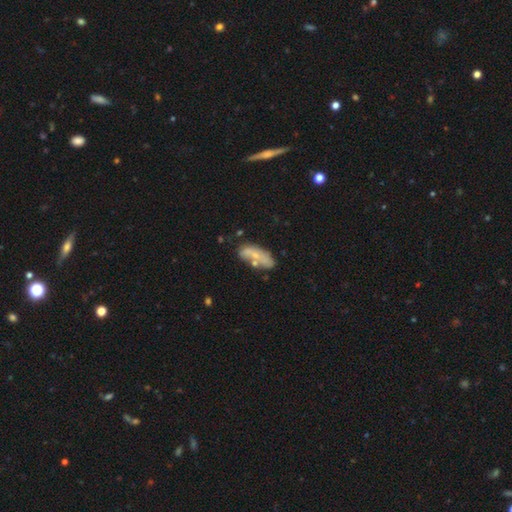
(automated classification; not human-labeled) Morphology: type=smooth (57%); roundness=in between (70%); merging=none (47%).